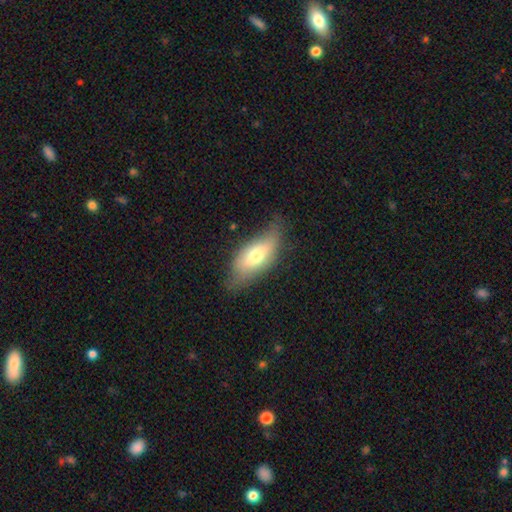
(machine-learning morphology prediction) Q: Smooth or featured?
A: smooth (62%); runner-up: featured or disk (31%)
Q: How rounded?
A: in between (80%); runner-up: cigar-shaped (17%)
Q: Merging?
A: none (60%); runner-up: minor disturbance (30%)